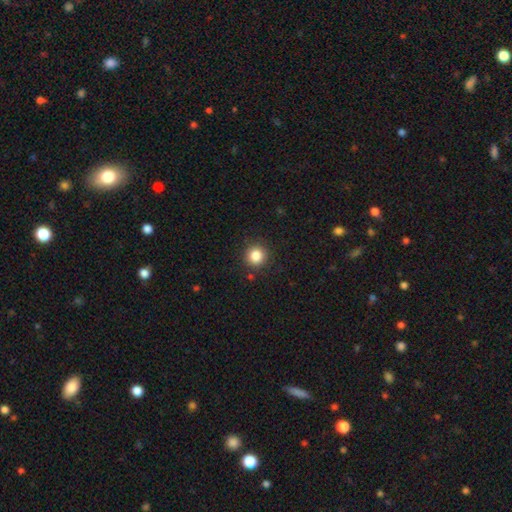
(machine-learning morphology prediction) Smooth or featured? Predicted: smooth (p=0.85). How rounded? Predicted: round (p=0.93). Merging? Predicted: none (p=0.89).